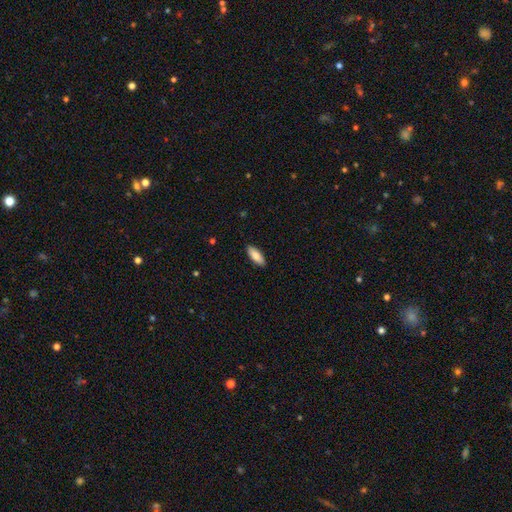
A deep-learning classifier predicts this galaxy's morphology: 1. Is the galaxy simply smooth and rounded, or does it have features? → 85% smooth, 9% featured or disk, 6% star or artifact.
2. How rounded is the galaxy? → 72% in between, 26% cigar-shaped, 2% round.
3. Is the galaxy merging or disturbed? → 90% none, 8% minor disturbance, 2% major disturbance, 1% merger.